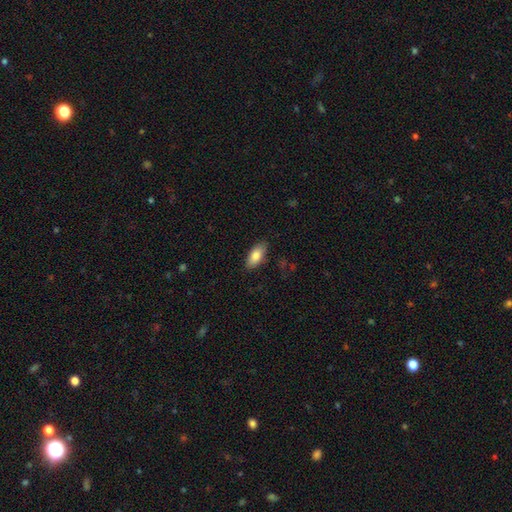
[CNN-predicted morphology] smooth-or-featured: smooth: 83% | featured or disk: 11% | star or artifact: 7%
  how-rounded: in between: 87% | cigar-shaped: 10% | round: 2%
  merging: none: 85% | minor disturbance: 12% | major disturbance: 3% | merger: 1%